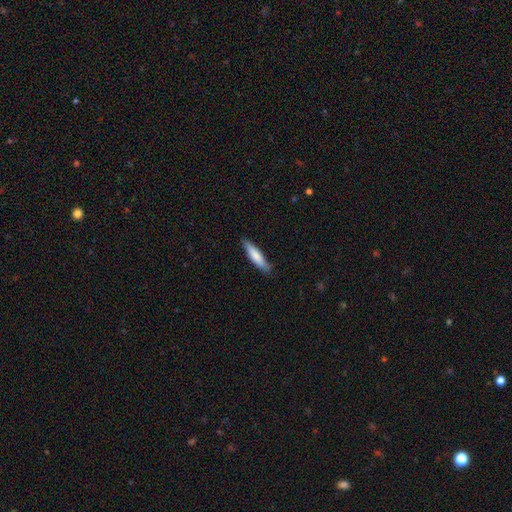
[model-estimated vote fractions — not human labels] Smooth or featured? smooth (75%)
How rounded? cigar-shaped (79%)
Merging? none (84%)